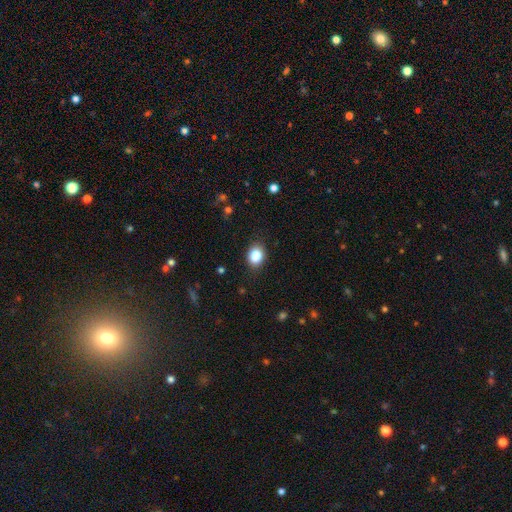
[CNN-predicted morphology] smooth_or_featured: smooth (p=0.86) [alt: star or artifact p=0.09]
how_rounded: in between (p=0.62) [alt: round p=0.37]
merging: none (p=0.85) [alt: minor disturbance p=0.11]